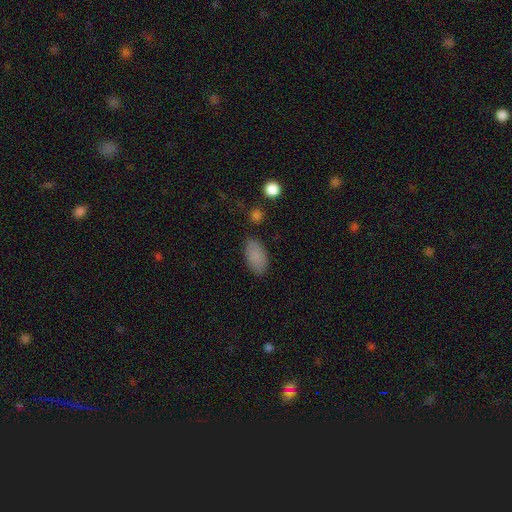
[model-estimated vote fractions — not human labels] This is clearly a smooth galaxy (86%). How rounded: clearly in between (93%). Merging: clearly none (81%).